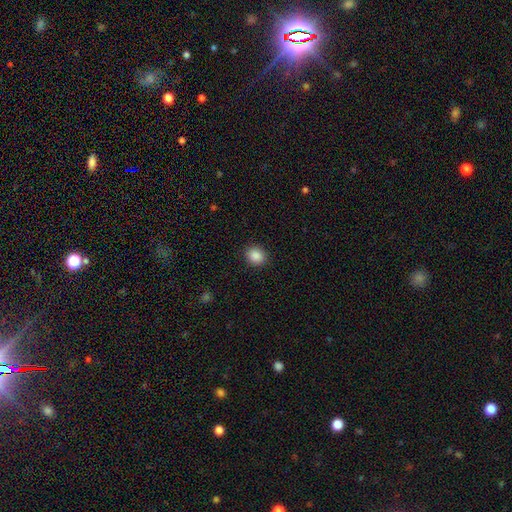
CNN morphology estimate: smooth-or-featured: smooth: 88% | star or artifact: 9% | featured or disk: 3%
  how-rounded: round: 70% | in between: 29% | cigar-shaped: 1%
  merging: none: 91% | minor disturbance: 6% | major disturbance: 2% | merger: 1%